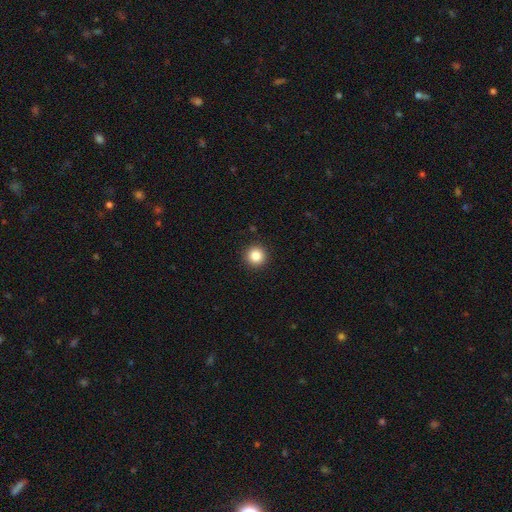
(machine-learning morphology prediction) This appears to be a smooth galaxy with no disk features (86%) that is round (95%). Merging: none (92%).